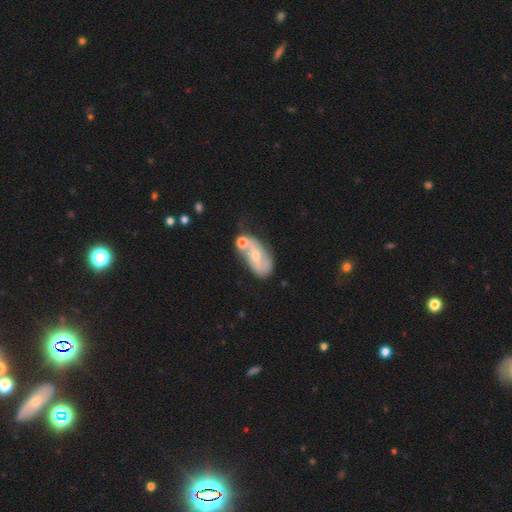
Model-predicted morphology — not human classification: This is likely a featured or disk galaxy (68%). It is clearly not viewed edge-on (95%). Bar: possibly no (48%). Spiral arm pattern: likely yes (79%). Spiral arm count: likely 2 (79%). Spiral winding: marginally loose (41%). Central bulge: possibly moderate (57%). Merging: marginally none (40%).